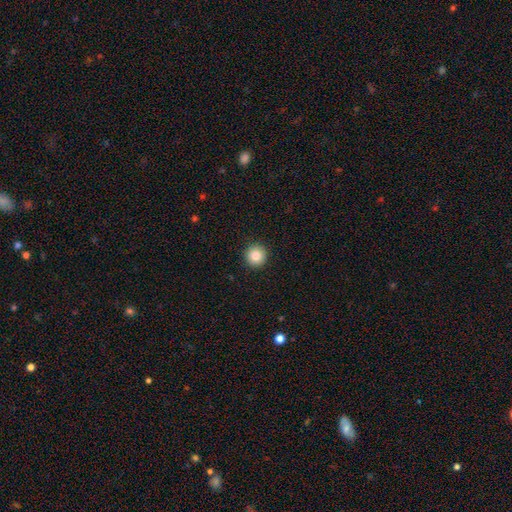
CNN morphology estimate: type=smooth (86%); roundness=round (95%); merging=none (93%).